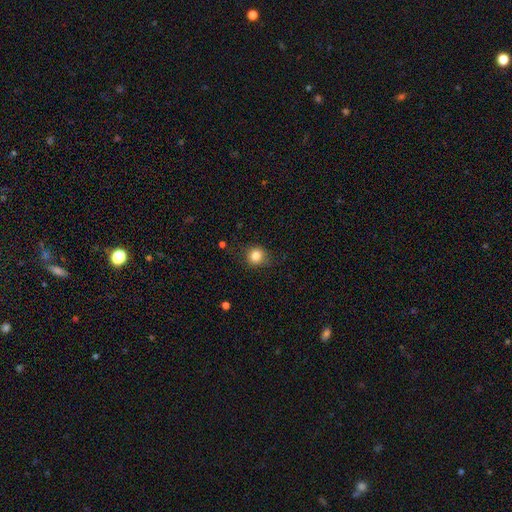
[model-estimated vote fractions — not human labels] smooth 83%, star or artifact 11%, featured or disk 6%. Down the decision tree: how rounded — round (83%); merging — none (80%).